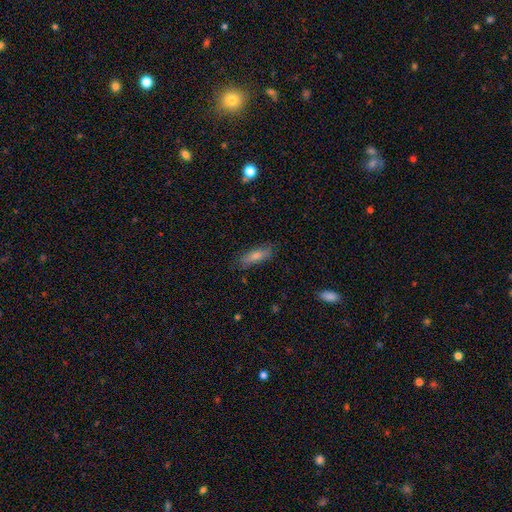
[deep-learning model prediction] Smooth or featured: smooth — 65% (featured or disk — 25%)
How rounded: cigar-shaped — 55% (in between — 42%)
Merging: none — 82% (minor disturbance — 14%)